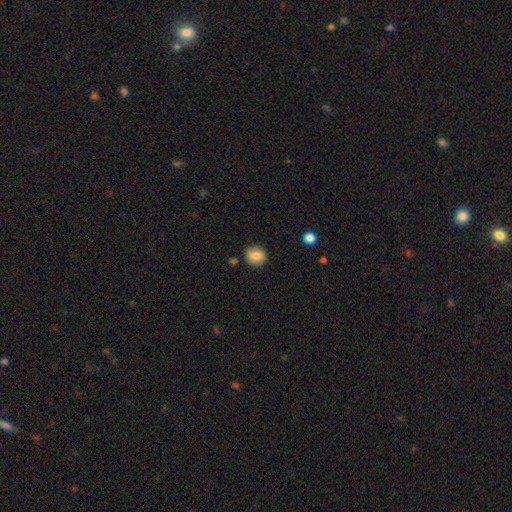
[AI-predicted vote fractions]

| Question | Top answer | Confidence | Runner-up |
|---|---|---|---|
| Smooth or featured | smooth | 82% | featured or disk (10%) |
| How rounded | round | 79% | in between (20%) |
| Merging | none | 84% | minor disturbance (12%) |